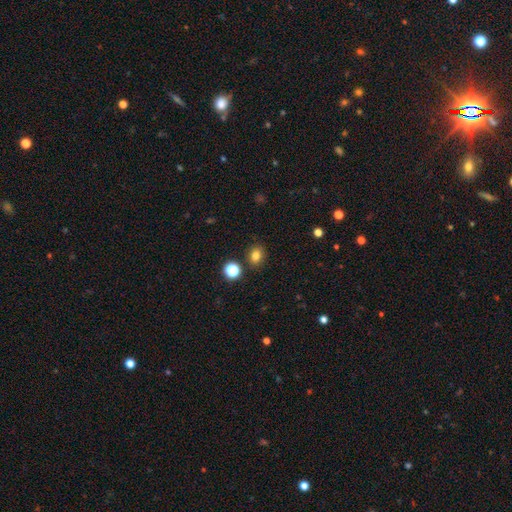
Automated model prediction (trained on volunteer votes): Smooth or featured? Predicted: smooth (p=0.80). How rounded? Predicted: round (p=0.55). Merging? Predicted: none (p=0.85).